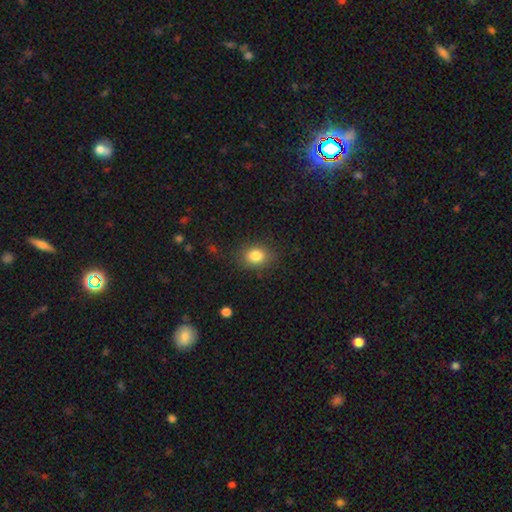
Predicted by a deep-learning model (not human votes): A smooth galaxy with no disk features (83%) that is in between round and cigar-shaped (55%).

Vote fractions:
- Smooth or featured? smooth: 83% / star or artifact: 10% / featured or disk: 7%
- How rounded? in between: 55% / round: 44% / cigar-shaped: 1%
- Merging? none: 82% / minor disturbance: 13% / major disturbance: 4% / merger: 1%